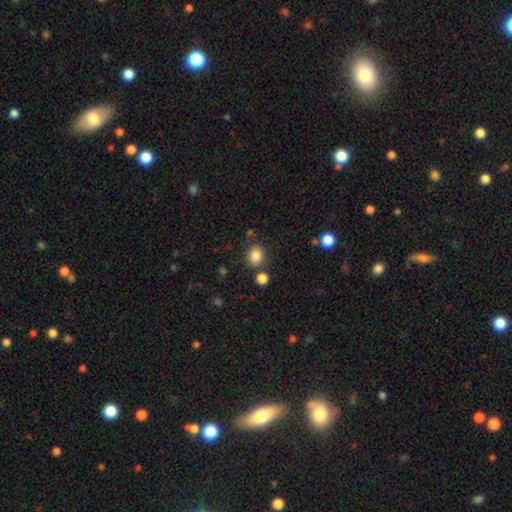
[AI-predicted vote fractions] A smooth galaxy with no disk features (84%) that is round (55%).

Vote fractions:
- Smooth or featured? smooth: 84% / star or artifact: 11% / featured or disk: 6%
- How rounded? round: 55% / in between: 44% / cigar-shaped: 1%
- Merging? none: 76% / minor disturbance: 12% / merger: 8% / major disturbance: 4%